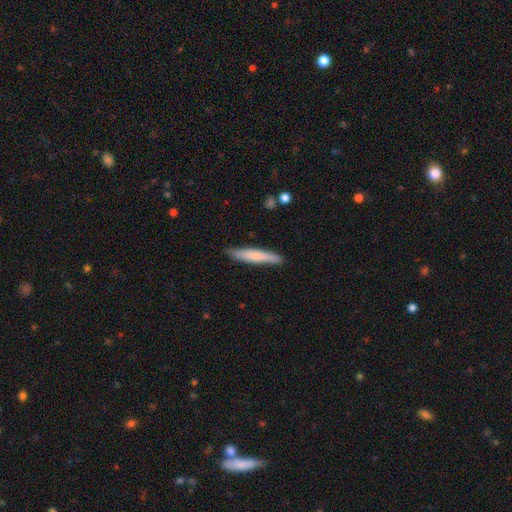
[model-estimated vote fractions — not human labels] The model was most divided on "smooth or featured": smooth: 67%, featured or disk: 27%, star or artifact: 5%. More confident: how rounded — cigar-shaped (91%); merging — none (85%).